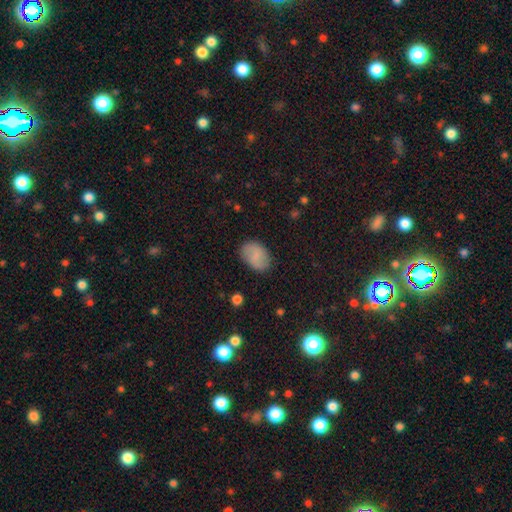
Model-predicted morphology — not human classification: Q: Smooth or featured?
A: smooth (77%); runner-up: featured or disk (16%)
Q: How rounded?
A: in between (87%); runner-up: round (12%)
Q: Merging?
A: none (82%); runner-up: minor disturbance (13%)